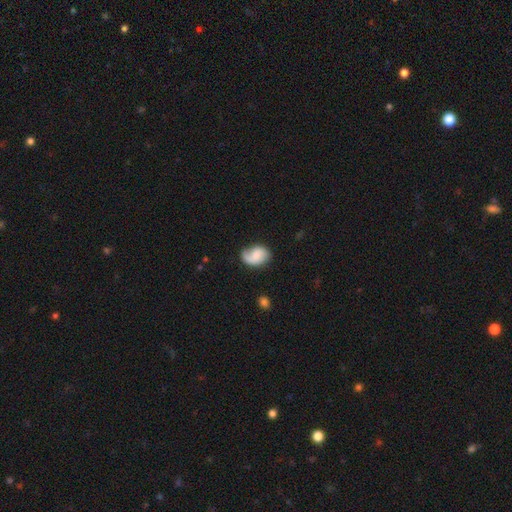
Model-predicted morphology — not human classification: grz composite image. It shows a smooth galaxy with no disk features (53%) that is in between round and cigar-shaped (72%). Merging: none (58%).